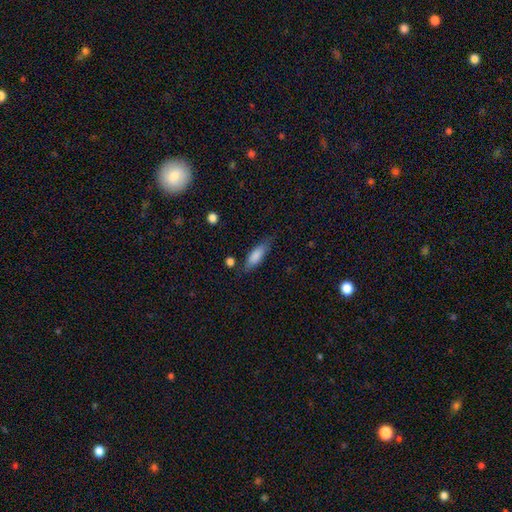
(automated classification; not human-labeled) The model was most divided on "how rounded": in between: 57%, cigar-shaped: 40%, round: 2%. More confident: smooth or featured — smooth (80%); merging — none (69%).